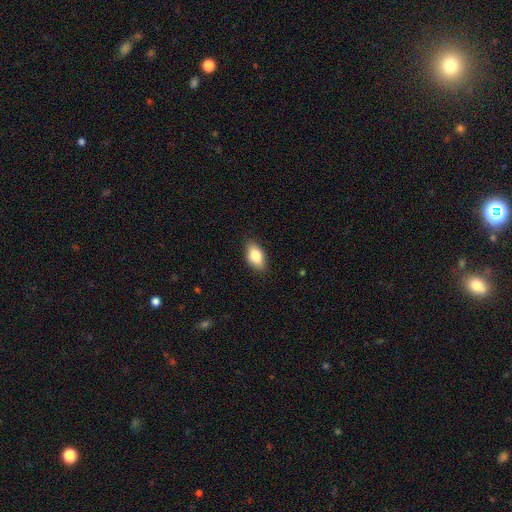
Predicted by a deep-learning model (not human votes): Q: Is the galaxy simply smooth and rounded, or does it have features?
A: smooth — 82%.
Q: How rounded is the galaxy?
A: in between — 90%.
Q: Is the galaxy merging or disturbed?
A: none — 86%.